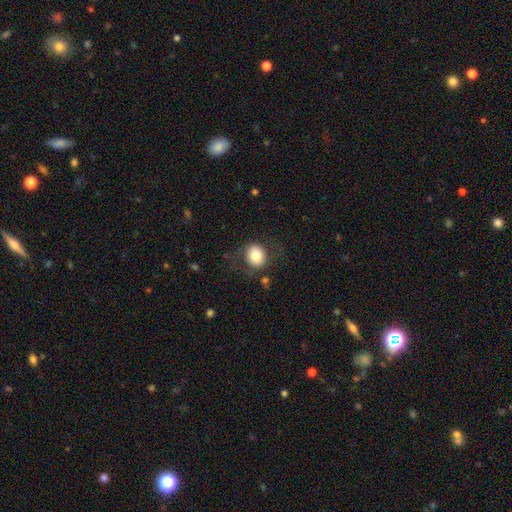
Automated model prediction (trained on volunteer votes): A smooth galaxy with no disk features (78%) that is round (74%).

Vote fractions:
- Smooth or featured? smooth: 78% / featured or disk: 13% / star or artifact: 9%
- How rounded? round: 74% / in between: 25% / cigar-shaped: 1%
- Merging? none: 76% / minor disturbance: 14% / major disturbance: 8% / merger: 2%